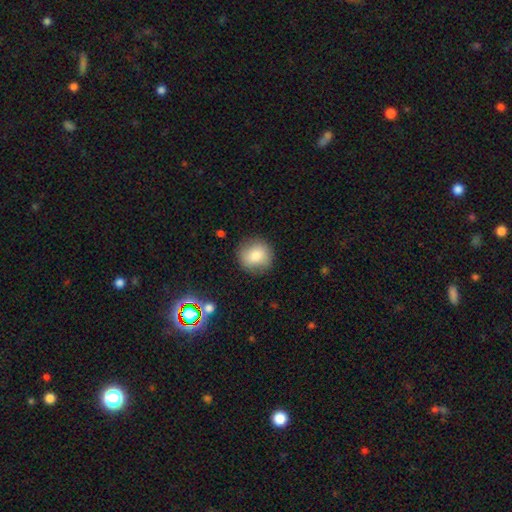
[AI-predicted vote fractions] A smooth galaxy with no disk features (81%) that is round (90%).

Vote fractions:
- Smooth or featured? smooth: 81% / featured or disk: 11% / star or artifact: 9%
- How rounded? round: 90% / in between: 9% / cigar-shaped: 1%
- Merging? none: 86% / minor disturbance: 10% / major disturbance: 3% / merger: 1%